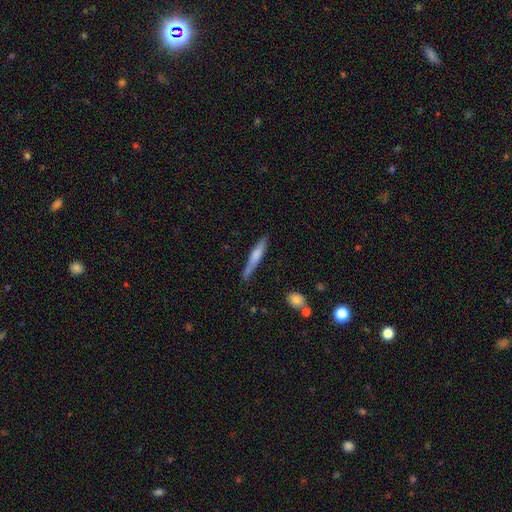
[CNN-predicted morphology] This appears to be a smooth galaxy with no disk features (60%) that is cigar-shaped (92%). Merging: none (80%).